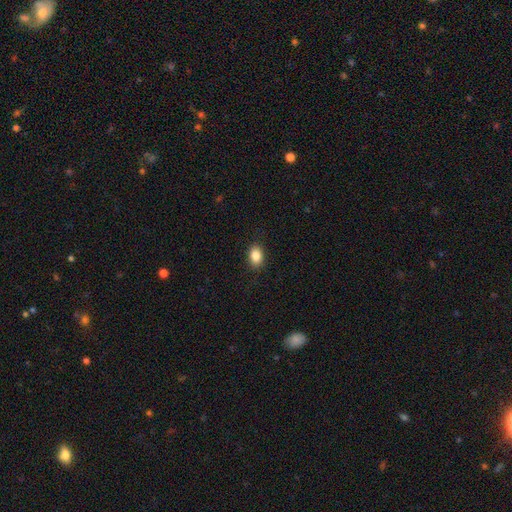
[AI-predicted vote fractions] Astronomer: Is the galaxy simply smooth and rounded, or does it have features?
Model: smooth — 86%.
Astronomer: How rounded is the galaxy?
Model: in between — 80%.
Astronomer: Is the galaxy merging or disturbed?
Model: none — 88%.